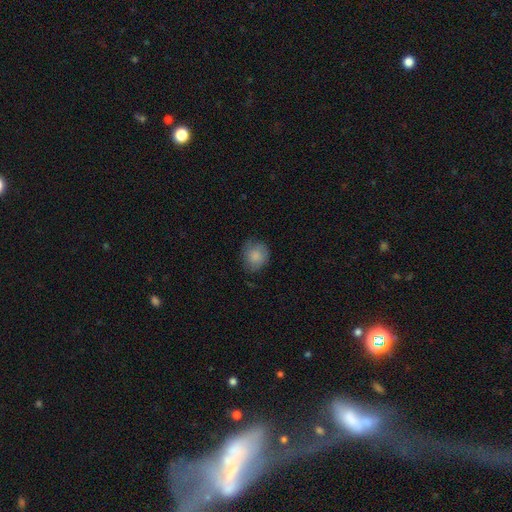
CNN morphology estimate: Overall: smooth (79%). How rounded: round (70%). Merging: none (66%).